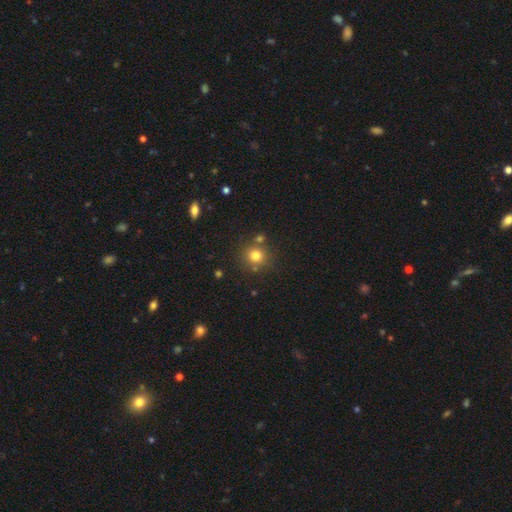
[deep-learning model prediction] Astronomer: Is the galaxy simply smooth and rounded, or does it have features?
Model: smooth — 79%.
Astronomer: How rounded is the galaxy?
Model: round — 90%.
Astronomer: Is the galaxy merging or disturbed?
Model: none — 77%.